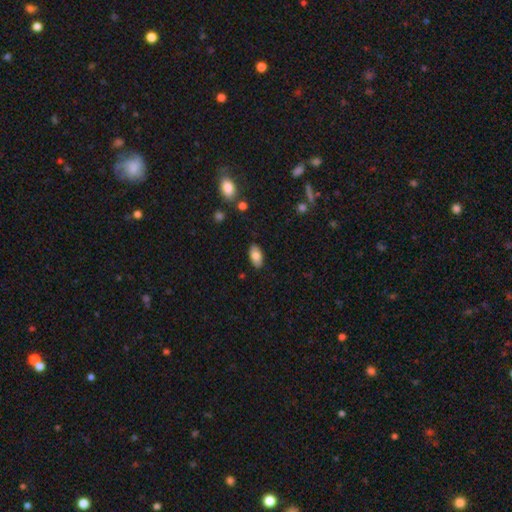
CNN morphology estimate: smooth_or_featured: smooth (p=0.79) [alt: featured or disk p=0.14]
how_rounded: in between (p=0.93) [alt: round p=0.04]
merging: none (p=0.87) [alt: minor disturbance p=0.10]